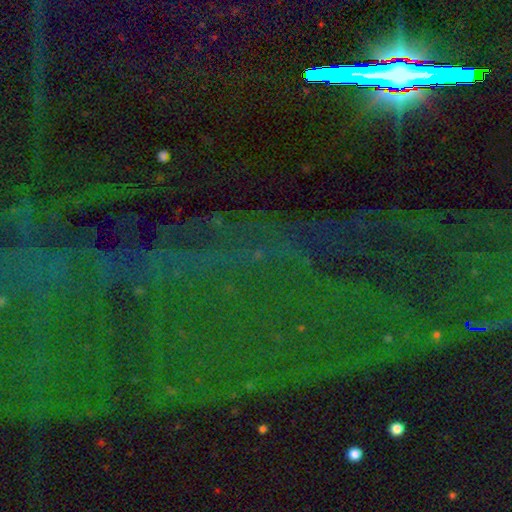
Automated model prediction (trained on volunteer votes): star or artifact 86%, featured or disk 8%, smooth 6%.